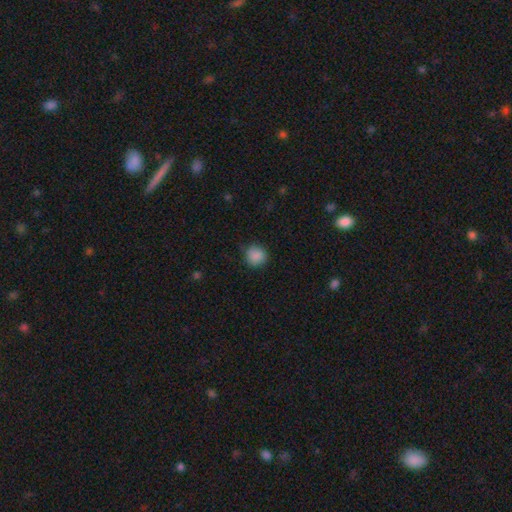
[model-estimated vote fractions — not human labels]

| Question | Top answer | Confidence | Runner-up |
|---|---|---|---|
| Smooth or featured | smooth | 88% | star or artifact (9%) |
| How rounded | round | 90% | in between (9%) |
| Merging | none | 81% | minor disturbance (14%) |